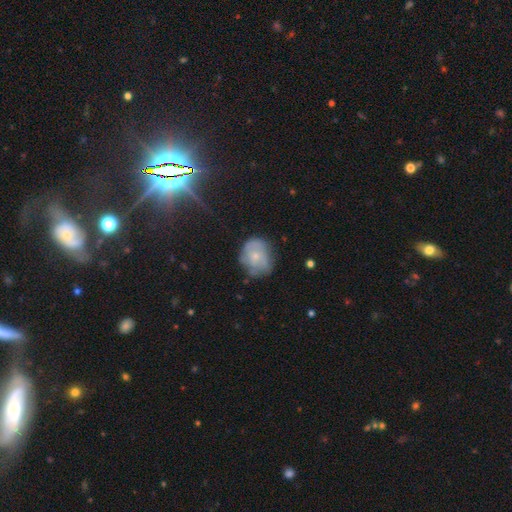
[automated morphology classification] smooth 52%, featured or disk 39%, star or artifact 9%. Down the decision tree: how rounded — round (70%); merging — none (59%).